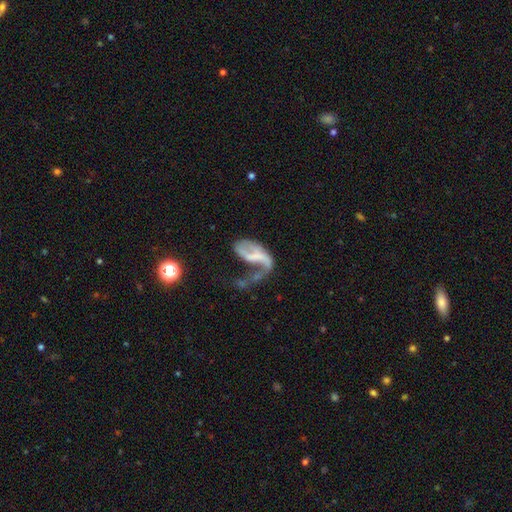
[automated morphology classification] This appears to be a featured or disk galaxy (67%) with no bar (48%), spiral arms (68%) and no central bulge (64%). Merging: major disturbance (52%).